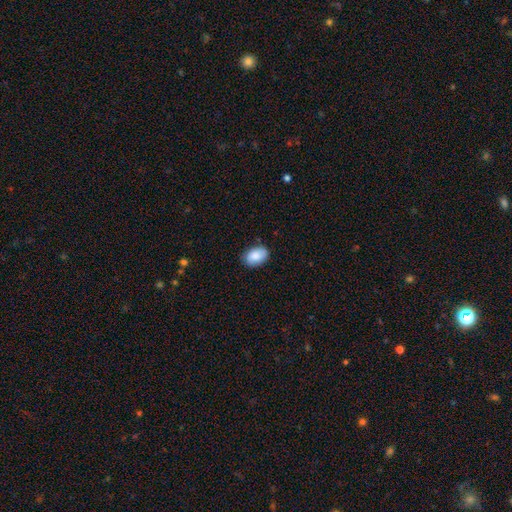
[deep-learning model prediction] A smooth galaxy with no disk features (87%) that is in between round and cigar-shaped (86%).

Vote fractions:
- Smooth or featured? smooth: 87% / featured or disk: 7% / star or artifact: 6%
- How rounded? in between: 86% / round: 13% / cigar-shaped: 1%
- Merging? none: 82% / minor disturbance: 14% / major disturbance: 2% / merger: 1%